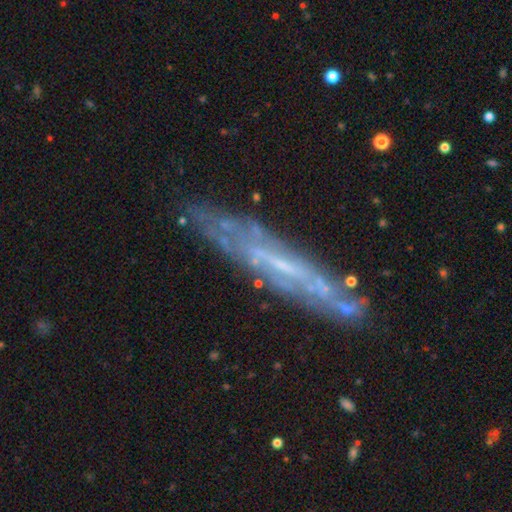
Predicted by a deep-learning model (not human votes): Smooth or featured?
  - featured or disk: 73% *
  - smooth: 19%
  - star or artifact: 9%
Edge-on disk?
  - yes: 60% *
  - no: 40%
Merging?
  - none: 68% *
  - minor disturbance: 20%
  - major disturbance: 8%
  - merger: 4%